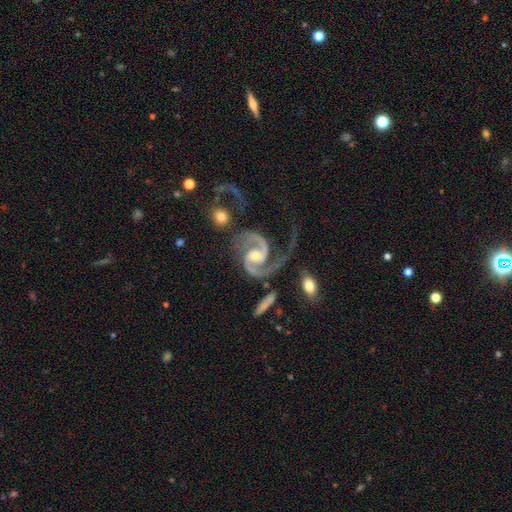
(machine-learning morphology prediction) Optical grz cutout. It shows a featured or disk galaxy (94%) with no bar (45%), 2 (92%) medium (61%) spiral arms (99%) and a moderate central bulge (52%). Merging: none (50%).